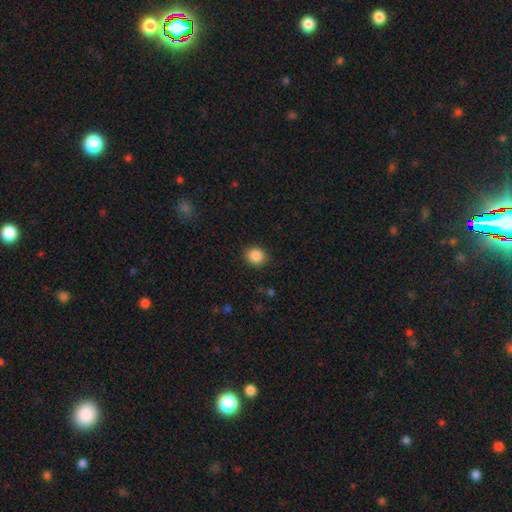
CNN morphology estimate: smooth-or-featured: smooth: 87% | star or artifact: 9% | featured or disk: 4%
  how-rounded: round: 81% | in between: 18% | cigar-shaped: 1%
  merging: none: 89% | minor disturbance: 7% | major disturbance: 2% | merger: 1%